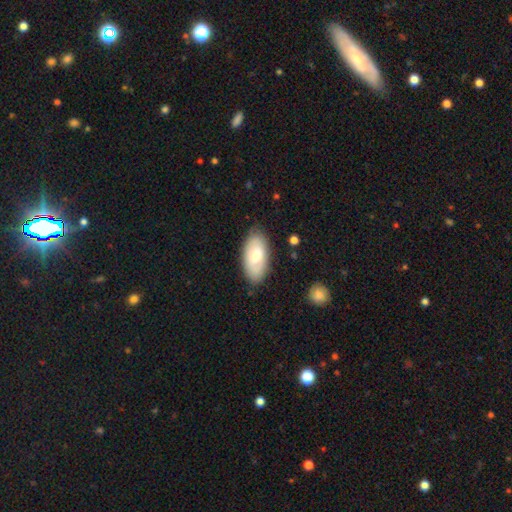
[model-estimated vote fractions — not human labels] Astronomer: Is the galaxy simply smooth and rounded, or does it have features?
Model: smooth — 71%.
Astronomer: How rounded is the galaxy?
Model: in between — 93%.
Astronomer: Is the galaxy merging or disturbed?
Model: none — 80%.